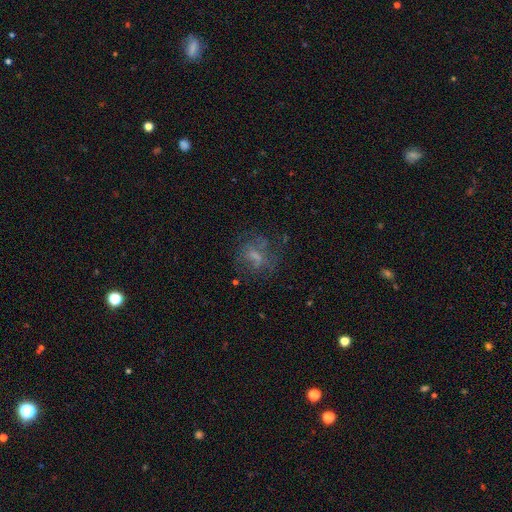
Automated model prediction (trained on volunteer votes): This is marginally a smooth galaxy (41%, tied with featured or disk). Merging: possibly none (56%).